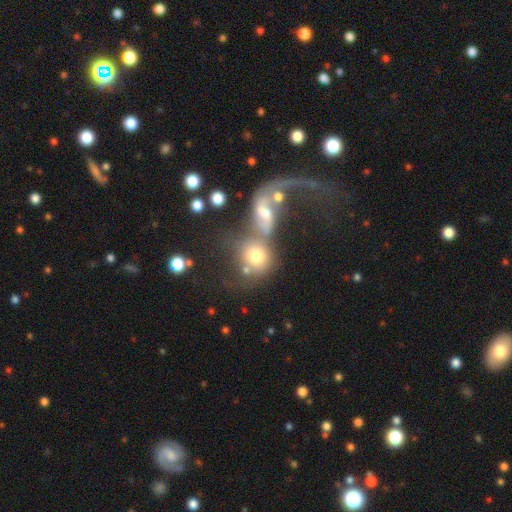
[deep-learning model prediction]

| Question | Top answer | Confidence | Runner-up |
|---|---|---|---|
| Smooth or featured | smooth | 63% | featured or disk (24%) |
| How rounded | round | 78% | in between (20%) |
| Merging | merger | 49% | none (30%) |